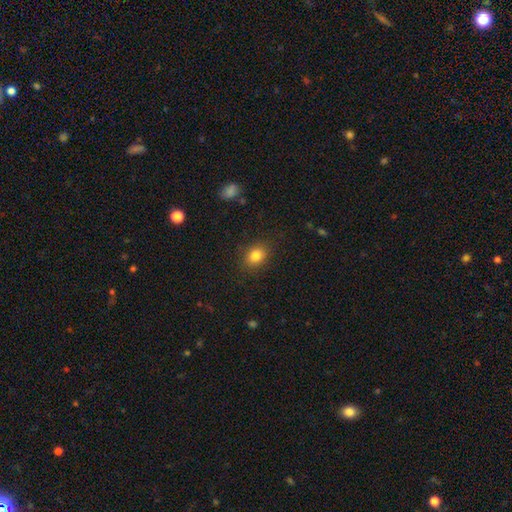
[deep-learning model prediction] Overall: smooth (83%). How rounded: in between (55%; round 43%). Merging: none (85%).